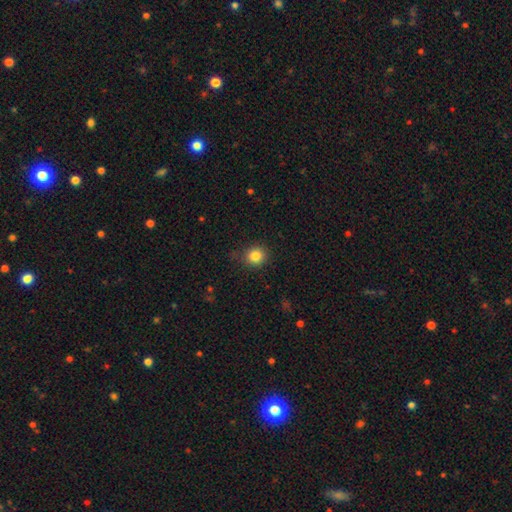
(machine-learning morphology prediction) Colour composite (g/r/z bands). It shows a smooth galaxy with no disk features (84%) that is round (86%). Merging: none (82%).